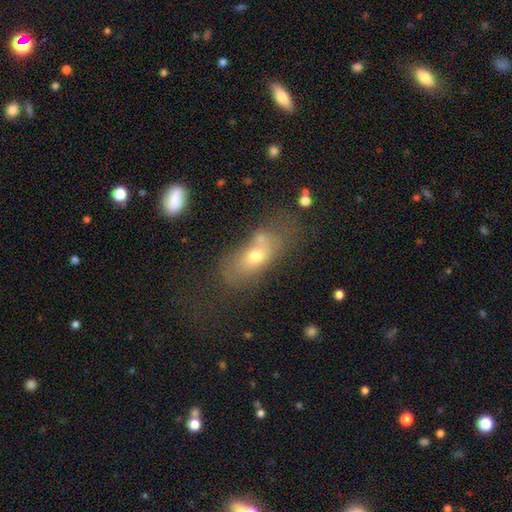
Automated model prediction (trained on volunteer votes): Q: Smooth or featured?
A: smooth (58%); runner-up: featured or disk (27%)
Q: How rounded?
A: in between (71%); runner-up: round (15%)
Q: Merging?
A: none (36%); runner-up: merger (27%)